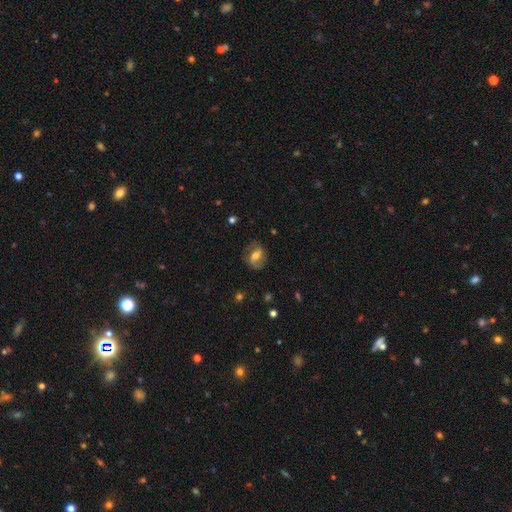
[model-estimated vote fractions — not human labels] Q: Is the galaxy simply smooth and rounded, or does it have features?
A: featured or disk — 53%.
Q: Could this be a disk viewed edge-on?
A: no — 93%.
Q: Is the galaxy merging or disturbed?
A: none — 72%.